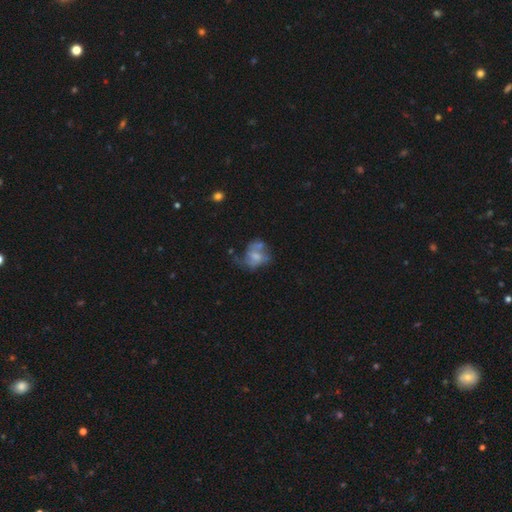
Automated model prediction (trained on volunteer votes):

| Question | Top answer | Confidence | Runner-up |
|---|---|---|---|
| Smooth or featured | featured or disk | 50% | smooth (40%) |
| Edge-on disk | no | 97% | yes (3%) |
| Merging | major disturbance | 32% | none (28%) |